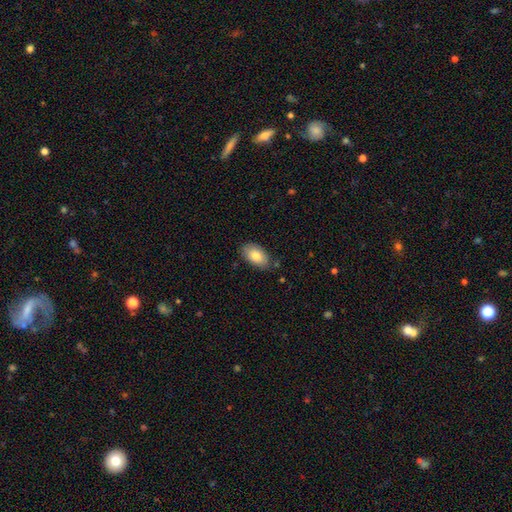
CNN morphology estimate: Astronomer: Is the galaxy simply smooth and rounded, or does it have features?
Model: smooth — 83%.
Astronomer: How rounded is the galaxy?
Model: in between — 94%.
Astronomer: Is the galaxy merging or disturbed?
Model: none — 79%.